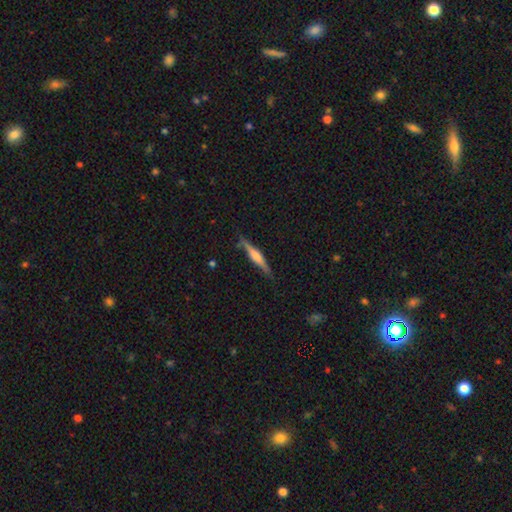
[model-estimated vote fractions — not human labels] Morphology: type=featured or disk (60%); edge-on=yes (96%); edge-on bulge=rounded (62%); merging=none (82%).